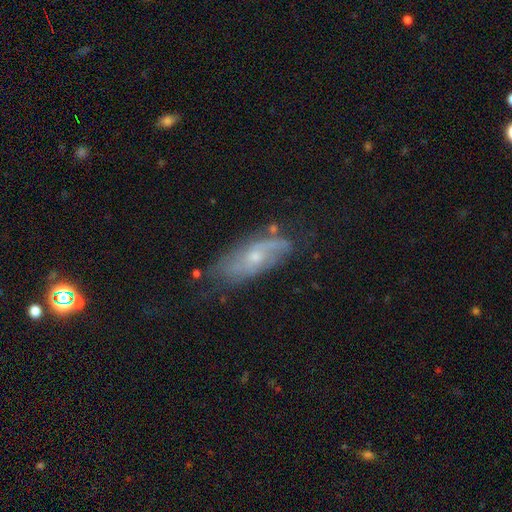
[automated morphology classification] This is likely a featured or disk galaxy (62%). It is clearly not viewed edge-on (84%). Bar: likely no (71%). Spiral arm pattern: likely yes (75%). Central bulge: possibly small (59%). Merging: likely none (60%).